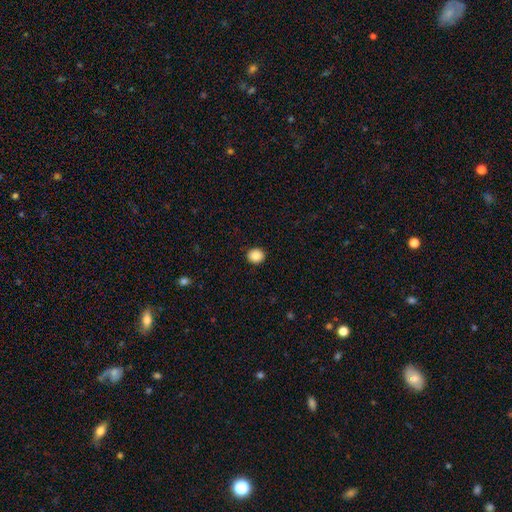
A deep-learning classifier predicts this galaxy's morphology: smooth_or_featured: smooth (p=0.88) [alt: star or artifact p=0.09]
how_rounded: round (p=0.85) [alt: in between p=0.15]
merging: none (p=0.92) [alt: minor disturbance p=0.05]